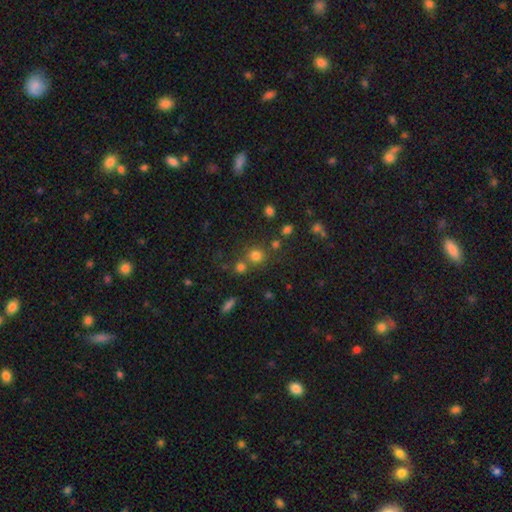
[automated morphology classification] smooth_or_featured: smooth (p=0.72) [alt: star or artifact p=0.19]
how_rounded: round (p=0.87) [alt: in between p=0.12]
merging: none (p=0.64) [alt: merger p=0.23]